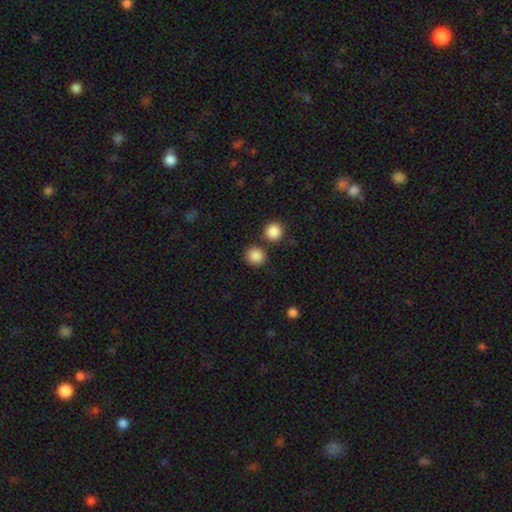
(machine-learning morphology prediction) The model was most divided on "merging": none: 78%, merger: 11%, minor disturbance: 8%, major disturbance: 3%. More confident: how rounded — round (88%); smooth or featured — smooth (87%).